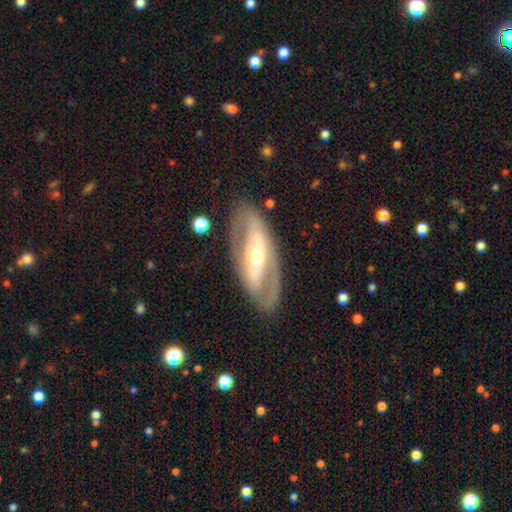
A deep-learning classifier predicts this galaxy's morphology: Smooth or featured? featured or disk (79%)
Edge-on disk? no (87%)
Bar? strong (51%)
Spiral arms? yes (59%)
Bulge size? moderate (47%)
Merging? none (80%)